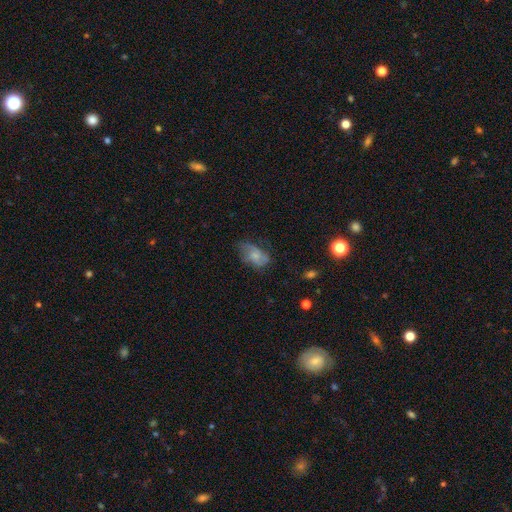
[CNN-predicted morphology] This appears to be a smooth galaxy with no disk features (49%). Merging: none (44%).